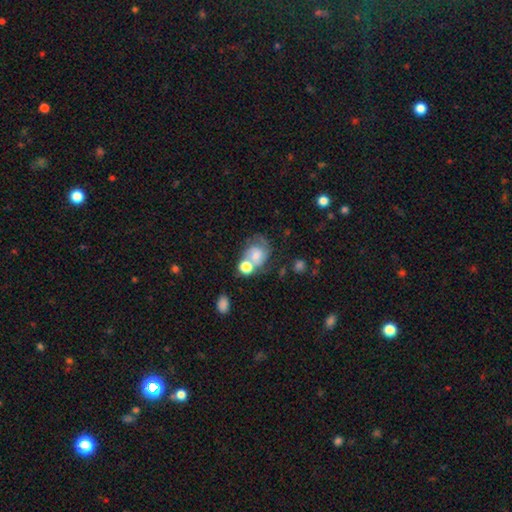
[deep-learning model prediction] A smooth galaxy with no disk features (53%) that is round (57%). Merging: merger (40%).